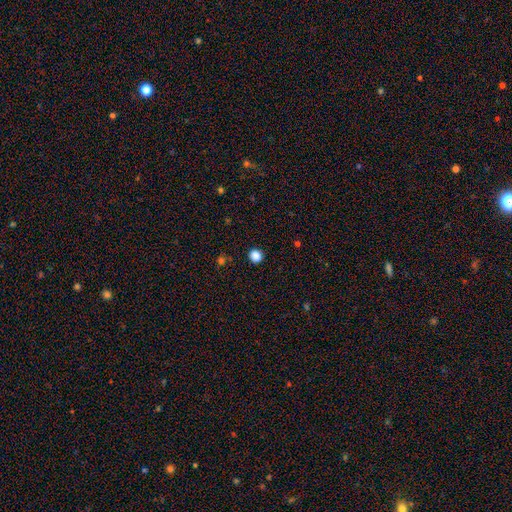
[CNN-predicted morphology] Q: Smooth or featured?
A: smooth (86%); runner-up: star or artifact (11%)
Q: How rounded?
A: round (86%); runner-up: in between (13%)
Q: Merging?
A: none (91%); runner-up: minor disturbance (6%)